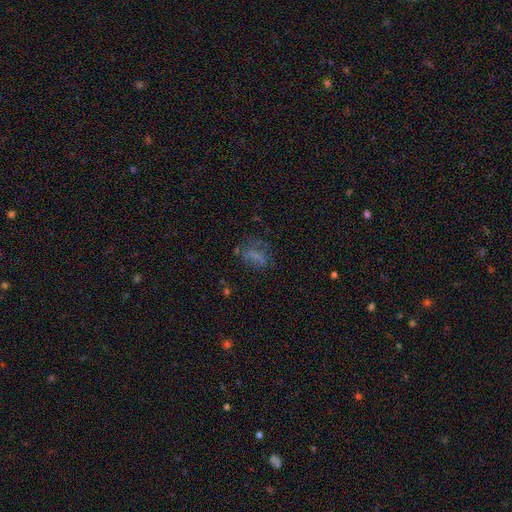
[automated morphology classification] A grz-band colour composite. It shows a smooth galaxy with no disk features (50%) that is in between round and cigar-shaped (67%). Merging: none (52%).